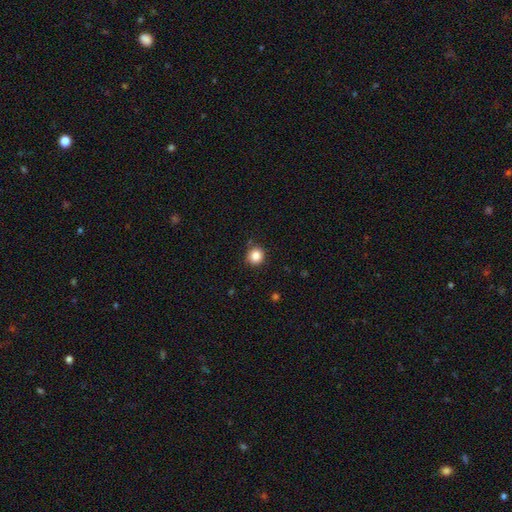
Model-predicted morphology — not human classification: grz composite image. It shows a smooth galaxy with no disk features (85%) that is round (91%). Merging: none (88%).